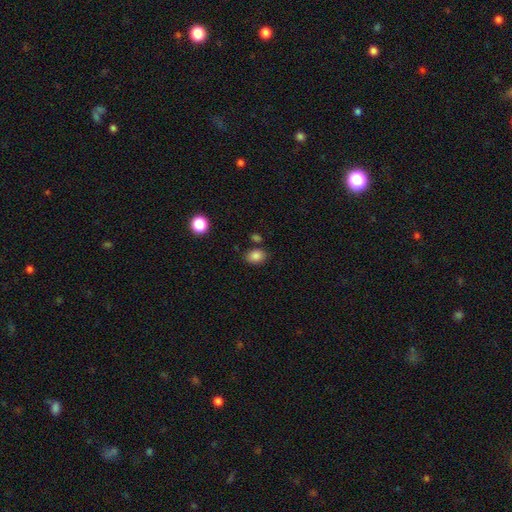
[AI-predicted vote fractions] smooth_or_featured: smooth (p=0.85) [alt: star or artifact p=0.10]
how_rounded: in between (p=0.67) [alt: round p=0.32]
merging: none (p=0.77) [alt: minor disturbance p=0.13]